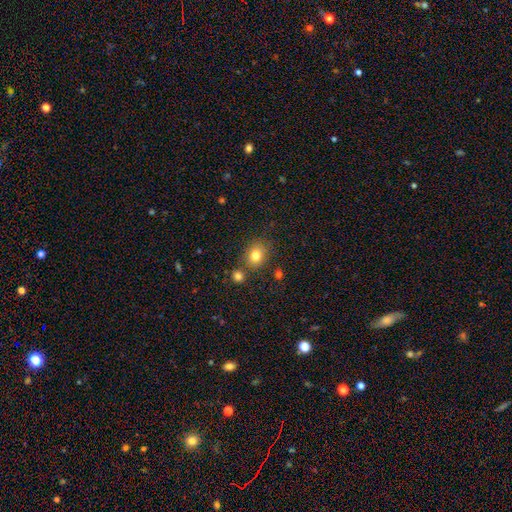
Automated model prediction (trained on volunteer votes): Smooth or featured? Predicted: smooth (p=0.81). How rounded? Predicted: round (p=0.61). Merging? Predicted: none (p=0.73).